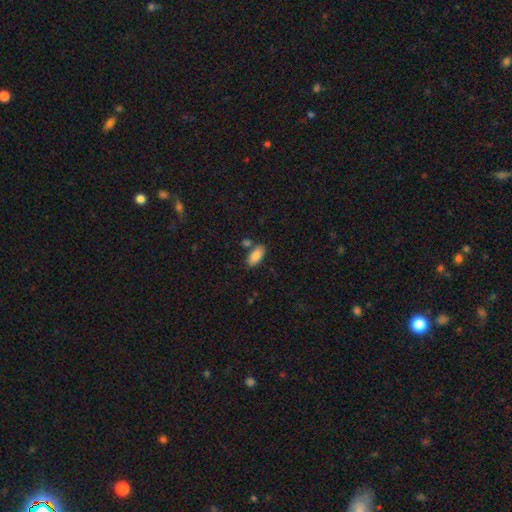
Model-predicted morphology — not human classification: type=smooth (87%); roundness=in between (90%); merging=none (74%).